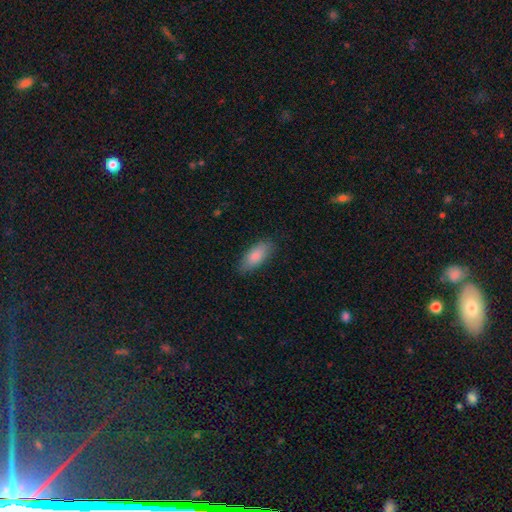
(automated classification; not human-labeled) Smooth or featured: smooth — 85% (featured or disk — 9%)
How rounded: in between — 81% (cigar-shaped — 17%)
Merging: none — 82% (minor disturbance — 14%)